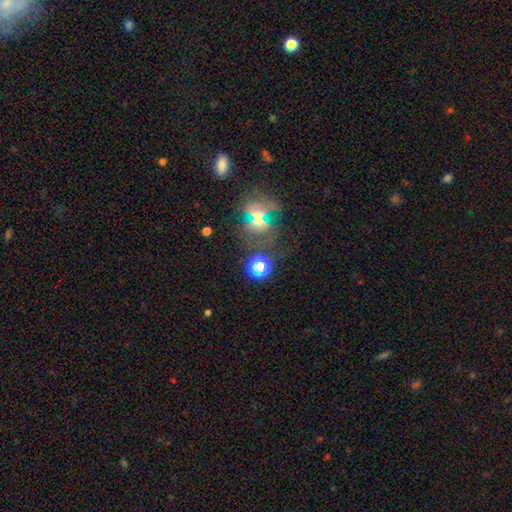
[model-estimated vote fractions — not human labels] The model was most divided on "merging": none: 50%, merger: 30%, minor disturbance: 12%, major disturbance: 8%. Remaining: smooth or featured — smooth (50%).